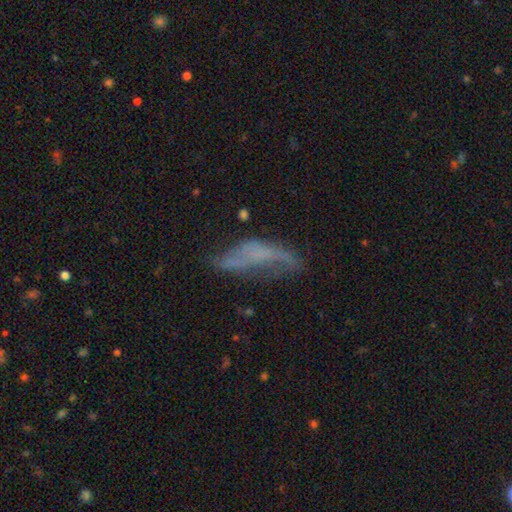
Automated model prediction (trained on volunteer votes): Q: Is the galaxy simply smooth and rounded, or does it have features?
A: featured or disk — 53%.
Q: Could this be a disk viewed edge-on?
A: no — 77%.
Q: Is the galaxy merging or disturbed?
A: none — 40%.